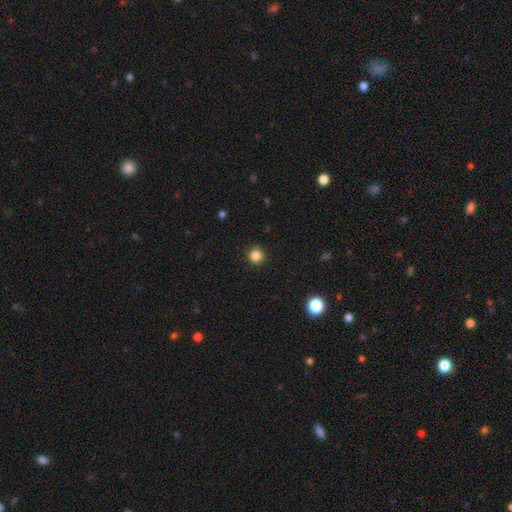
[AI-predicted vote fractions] Smooth or featured? Predicted: smooth (p=0.84). How rounded? Predicted: round (p=0.96). Merging? Predicted: none (p=0.93).